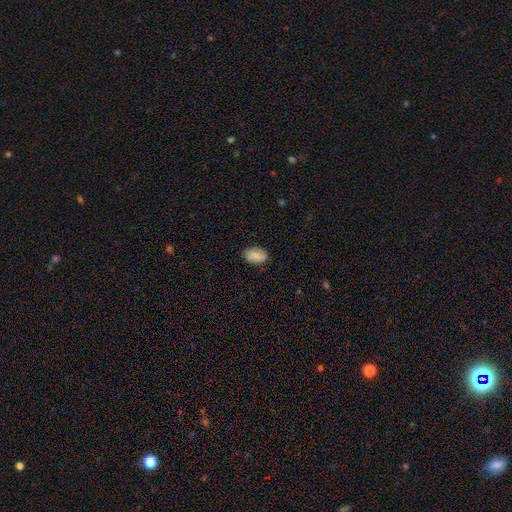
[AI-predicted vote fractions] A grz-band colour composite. It shows a smooth galaxy with no disk features (80%) that is in between round and cigar-shaped (91%). Merging: none (80%).